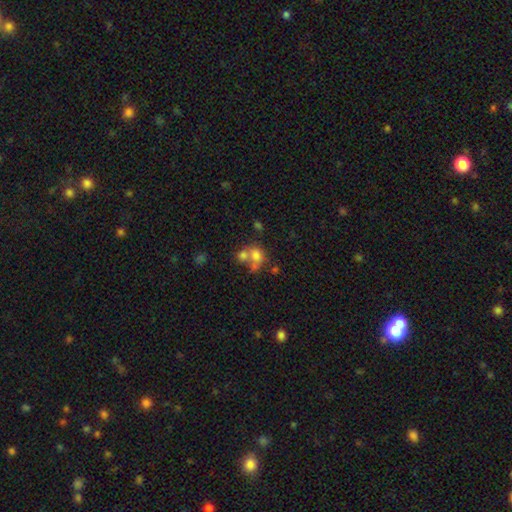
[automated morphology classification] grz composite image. It shows a smooth galaxy with no disk features (67%) that is round (56%). Merging: merger (54%).